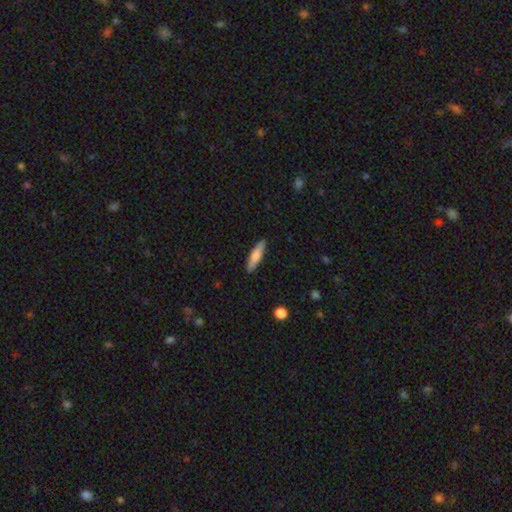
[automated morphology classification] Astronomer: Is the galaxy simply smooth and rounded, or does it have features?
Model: smooth — 70%.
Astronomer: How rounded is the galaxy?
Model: cigar-shaped — 80%.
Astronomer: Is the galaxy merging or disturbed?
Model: none — 89%.